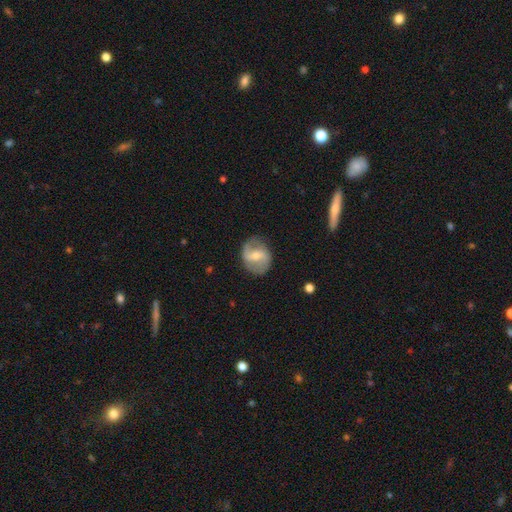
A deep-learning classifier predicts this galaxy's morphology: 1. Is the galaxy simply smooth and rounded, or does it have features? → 72% featured or disk, 21% smooth, 6% star or artifact.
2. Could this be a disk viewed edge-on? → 97% no, 3% yes.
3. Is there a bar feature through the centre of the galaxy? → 47% weak, 30% strong, 23% no.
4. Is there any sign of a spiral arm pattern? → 86% yes, 14% no.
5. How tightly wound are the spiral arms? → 43% medium, 40% loose, 17% tight.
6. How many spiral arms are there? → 87% 2, 7% can't tell, 3% 1, 1% 3, 1% 4, 1% more than 4.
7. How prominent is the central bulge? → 47% moderate (tied), 47% small (tied), 2% large, 2% none, 1% dominant.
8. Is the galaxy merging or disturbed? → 77% none, 15% minor disturbance, 6% major disturbance, 1% merger.